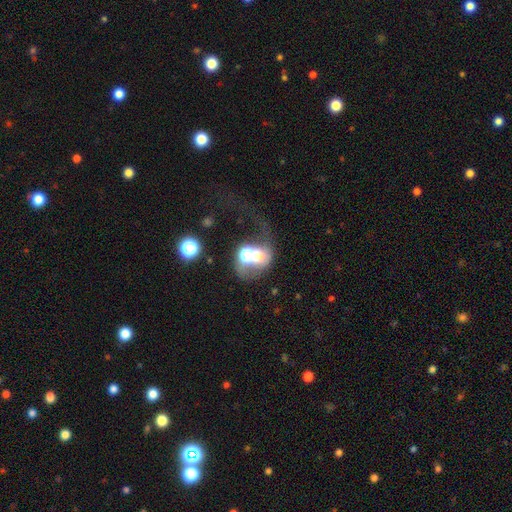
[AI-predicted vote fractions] smooth_or_featured: smooth (p=0.44) [alt: featured or disk p=0.43]
merging: merger (p=0.55) [alt: major disturbance p=0.23]